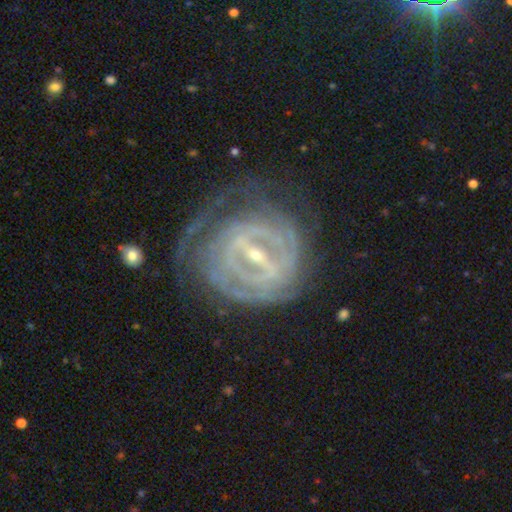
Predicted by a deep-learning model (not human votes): The model was most divided on "spiral arm count": can't tell: 42%, 2: 16%, 4: 15%, 3: 12%, more than 4: 8%, 1: 5%. More confident: edge-on disk — no (94%); spiral arms — yes (88%); smooth or featured — featured or disk (88%); spiral winding — tight (79%); bulge size — small (73%); bar — strong (67%); merging — none (66%).